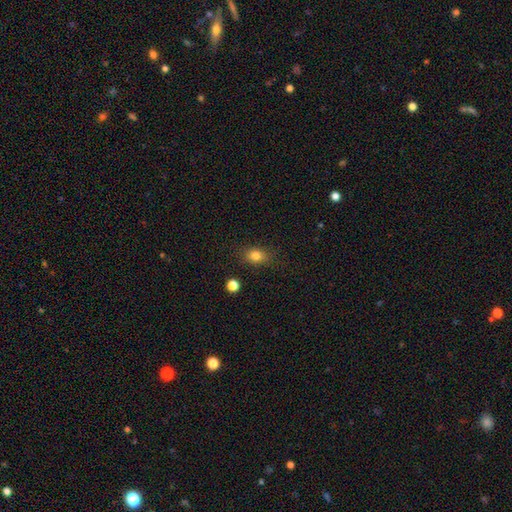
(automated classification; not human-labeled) A smooth galaxy with no disk features (81%) that is in between round and cigar-shaped (62%). Merging: none (84%).